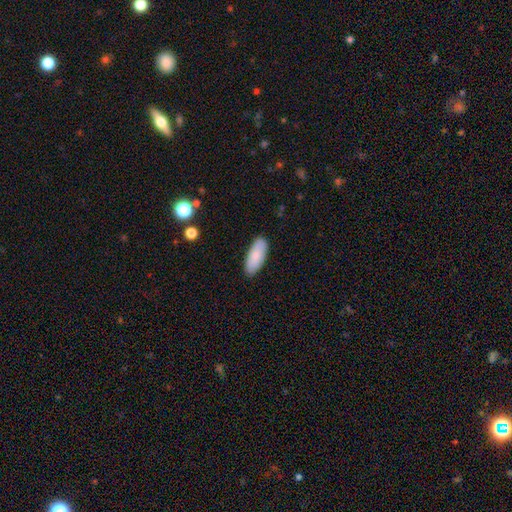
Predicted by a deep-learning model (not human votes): This is clearly a smooth galaxy (85%). How rounded: clearly in between (84%). Merging: clearly none (87%).